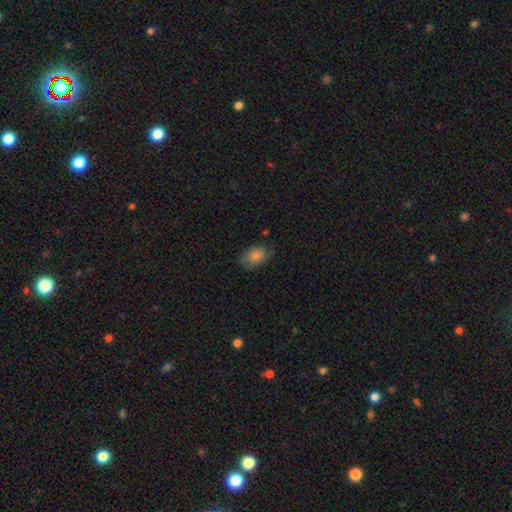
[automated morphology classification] The model was most divided on "merging": none: 77%, minor disturbance: 18%, major disturbance: 3%, merger: 1%. More confident: how rounded — in between (84%); smooth or featured — smooth (82%).